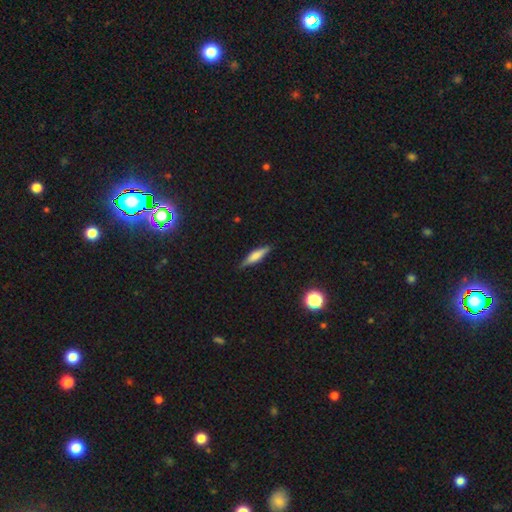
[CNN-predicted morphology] smooth 53%, featured or disk 40%, star or artifact 8%. Down the decision tree: how rounded — cigar-shaped (75%); merging — none (86%).